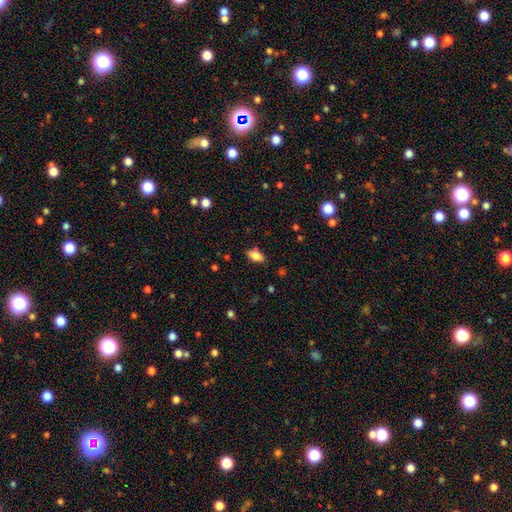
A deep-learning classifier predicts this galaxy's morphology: Smooth or featured? Predicted: smooth (p=0.83). How rounded? Predicted: in between (p=0.90). Merging? Predicted: none (p=0.82).